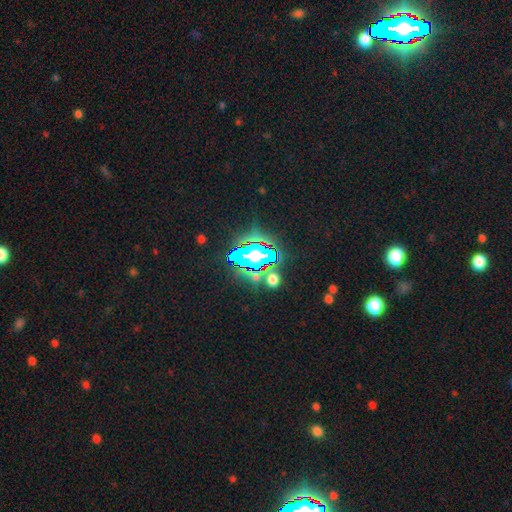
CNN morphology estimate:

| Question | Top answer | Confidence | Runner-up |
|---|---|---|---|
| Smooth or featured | star or artifact | 73% | smooth (15%) |